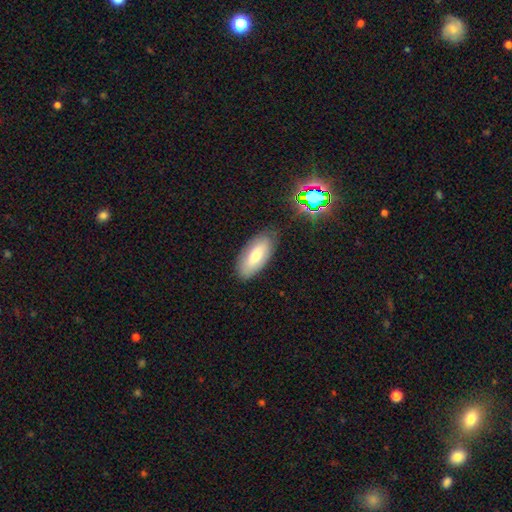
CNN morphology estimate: Smooth or featured: smooth — 74% (featured or disk — 18%)
How rounded: in between — 88% (cigar-shaped — 10%)
Merging: none — 82% (minor disturbance — 13%)